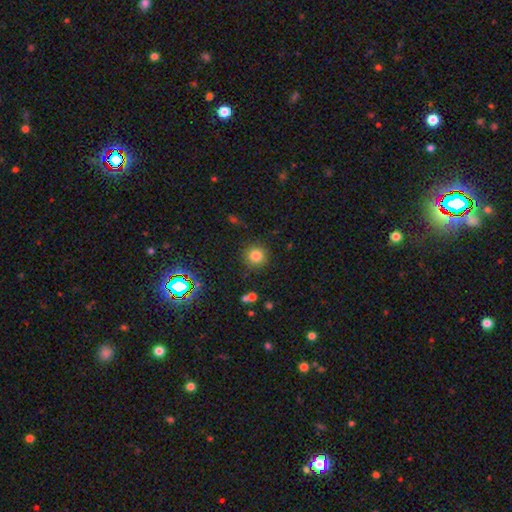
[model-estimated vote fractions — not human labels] A smooth galaxy with no disk features (81%) that is round (94%). Merging: none (87%).